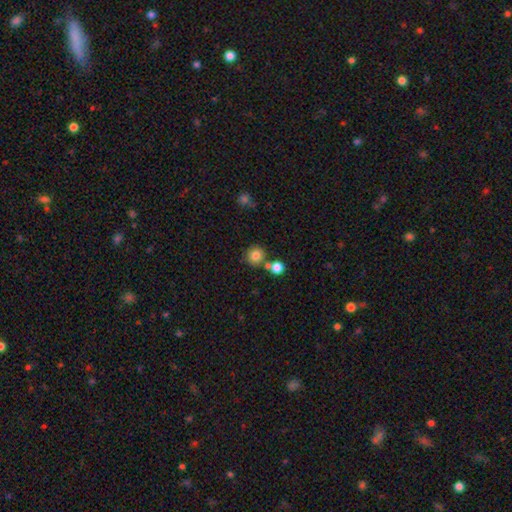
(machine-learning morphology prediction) smooth 81%, star or artifact 12%, featured or disk 7%. Down the decision tree: how rounded — round (90%); merging — none (72%).